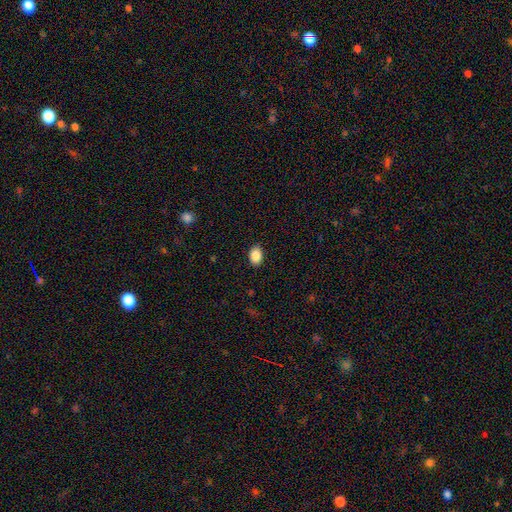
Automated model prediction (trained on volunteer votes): A smooth galaxy with no disk features (88%) that is in between round and cigar-shaped (78%).

Vote fractions:
- Smooth or featured? smooth: 88% / star or artifact: 8% / featured or disk: 4%
- How rounded? in between: 78% / round: 21% / cigar-shaped: 1%
- Merging? none: 88% / minor disturbance: 9% / major disturbance: 2% / merger: 1%